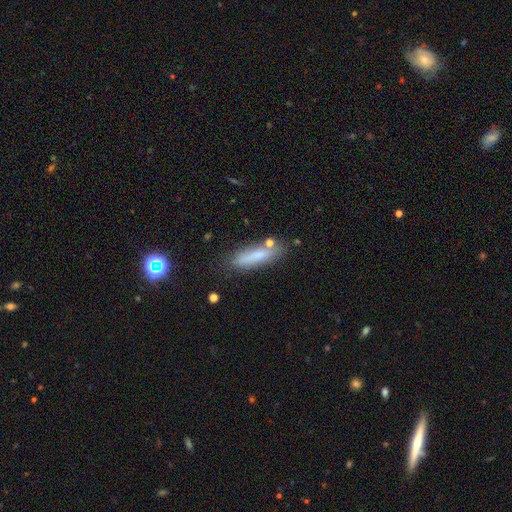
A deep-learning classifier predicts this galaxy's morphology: This is likely a smooth galaxy (74%). How rounded: likely cigar-shaped (67%). Merging: likely none (72%).